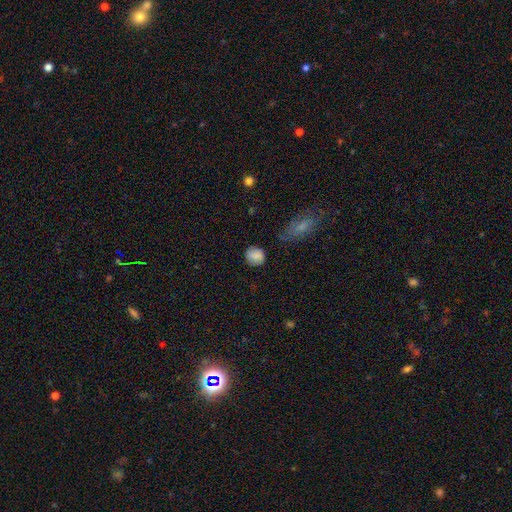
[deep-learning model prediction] smooth-or-featured: smooth: 85% | star or artifact: 8% | featured or disk: 7%
  how-rounded: round: 80% | in between: 19% | cigar-shaped: 1%
  merging: none: 77% | minor disturbance: 17% | major disturbance: 4% | merger: 2%